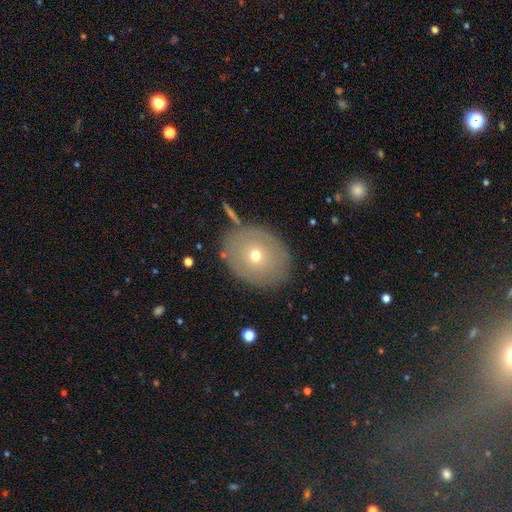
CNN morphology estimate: Overall: smooth (60%; featured or disk 31%). How rounded: in between (52%; round 47%). Merging: none (81%).